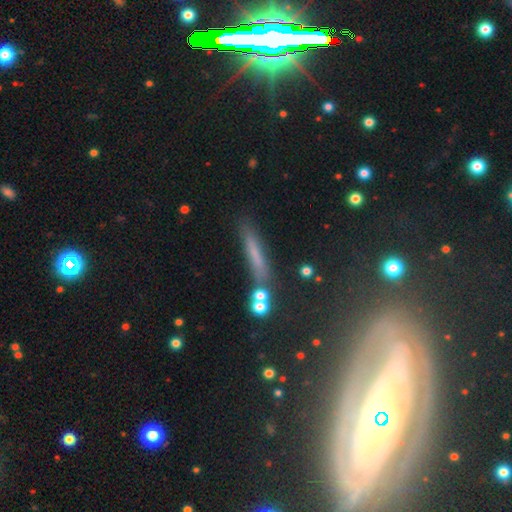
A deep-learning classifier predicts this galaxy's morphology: This is possibly a smooth galaxy (56%). How rounded: clearly cigar-shaped (91%). Merging: likely none (76%).